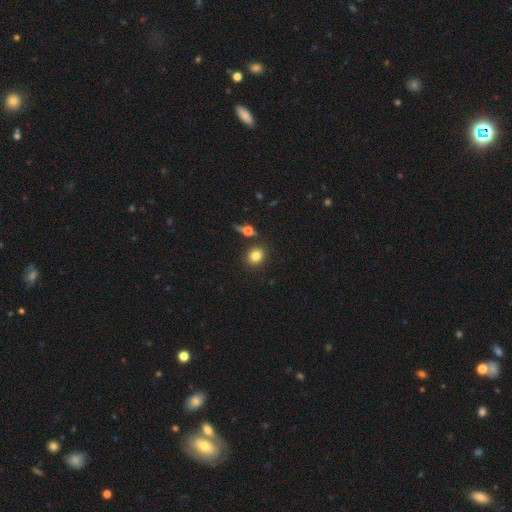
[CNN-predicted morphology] A smooth galaxy with no disk features (80%) that is round (73%).

Vote fractions:
- Smooth or featured? smooth: 80% / star or artifact: 10% / featured or disk: 10%
- How rounded? round: 73% / in between: 26% / cigar-shaped: 1%
- Merging? none: 79% / merger: 9% / minor disturbance: 9% / major disturbance: 3%